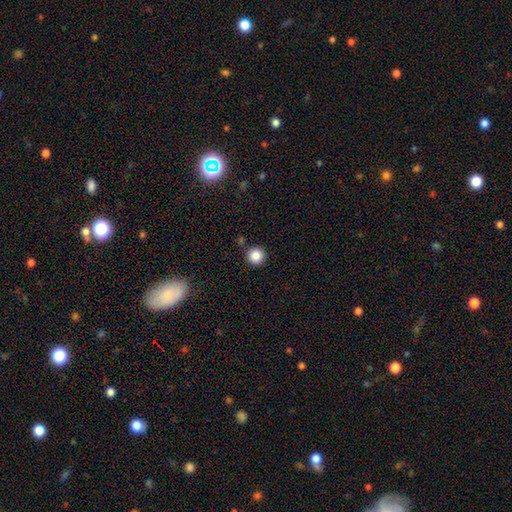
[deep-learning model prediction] smooth 87%, star or artifact 10%, featured or disk 3%. Down the decision tree: how rounded — round (96%); merging — none (88%).